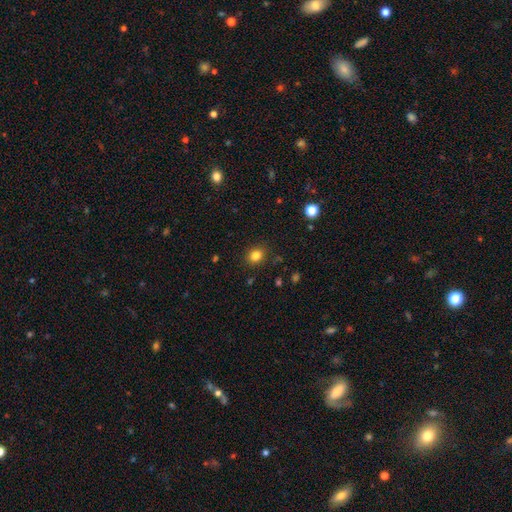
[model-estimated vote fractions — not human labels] Smooth or featured: smooth — 83% (star or artifact — 12%)
How rounded: round — 63% (in between — 37%)
Merging: none — 86% (minor disturbance — 10%)